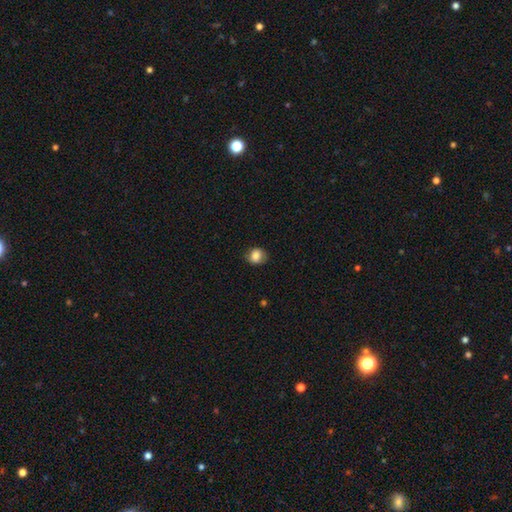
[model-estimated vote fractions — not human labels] Q: Smooth or featured?
A: smooth (80%); runner-up: featured or disk (11%)
Q: How rounded?
A: round (65%); runner-up: in between (34%)
Q: Merging?
A: none (77%); runner-up: minor disturbance (18%)